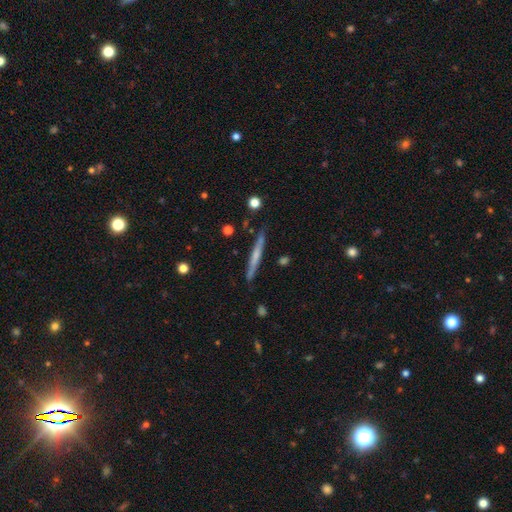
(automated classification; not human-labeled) Smooth or featured?
  - featured or disk: 53% *
  - smooth: 41%
  - star or artifact: 6%
Edge-on disk?
  - yes: 96% *
  - no: 4%
Edge-on bulge?
  - none: 58% *
  - rounded: 34%
  - boxy: 8%
Merging?
  - none: 87% *
  - minor disturbance: 9%
  - merger: 2%
  - major disturbance: 2%